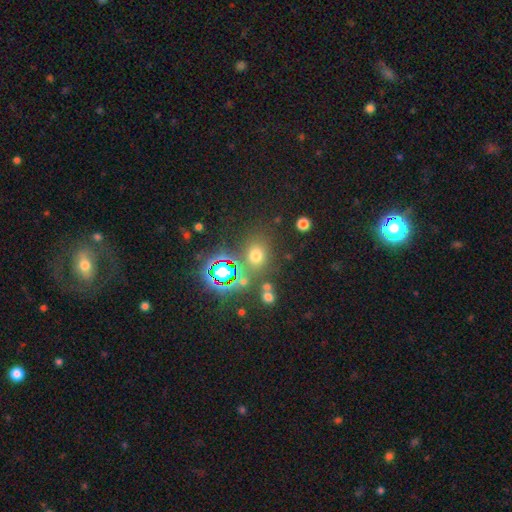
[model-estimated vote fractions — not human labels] The model was most divided on "smooth or featured": smooth: 60%, star or artifact: 31%, featured or disk: 9%. More confident: merging — none (73%); how rounded — round (66%).